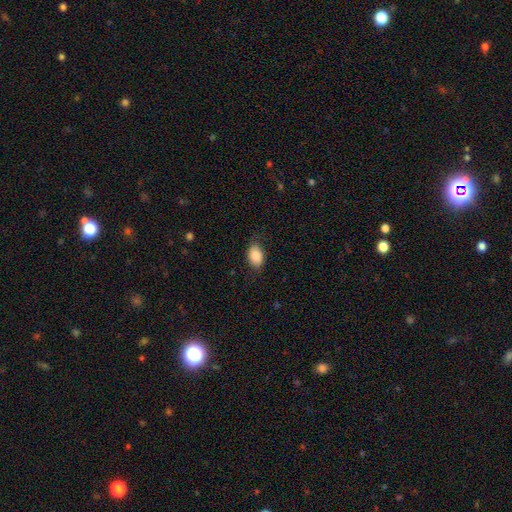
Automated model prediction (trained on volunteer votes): A smooth galaxy with no disk features (86%) that is in between round and cigar-shaped (87%).

Vote fractions:
- Smooth or featured? smooth: 86% / star or artifact: 7% / featured or disk: 7%
- How rounded? in between: 87% / round: 11% / cigar-shaped: 1%
- Merging? none: 78% / minor disturbance: 16% / major disturbance: 4% / merger: 1%